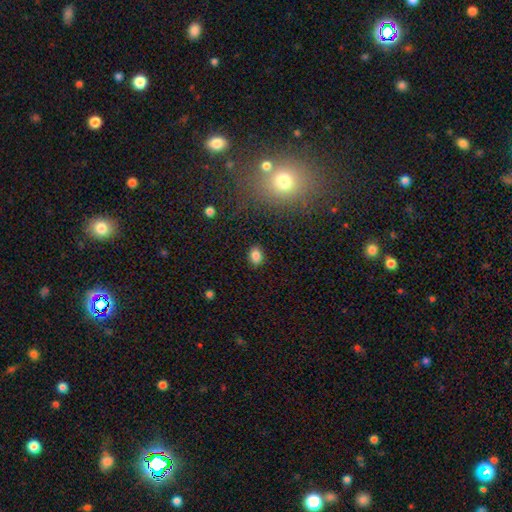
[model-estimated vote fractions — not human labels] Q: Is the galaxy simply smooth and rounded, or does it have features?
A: smooth — 84%.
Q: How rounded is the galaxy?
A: in between — 60%.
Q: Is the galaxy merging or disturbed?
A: none — 87%.